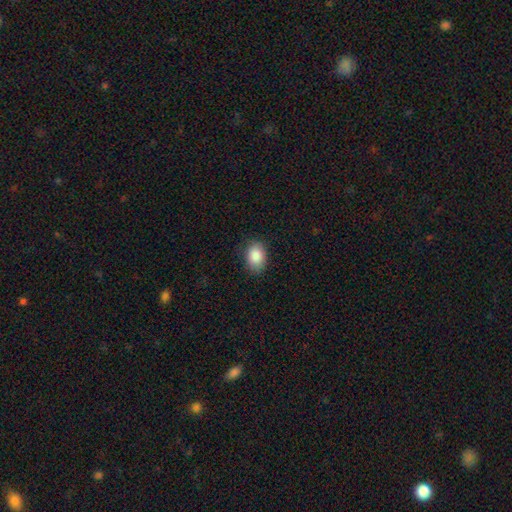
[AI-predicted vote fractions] smooth 89%, star or artifact 7%, featured or disk 4%. Down the decision tree: how rounded — in between (81%); merging — none (84%).